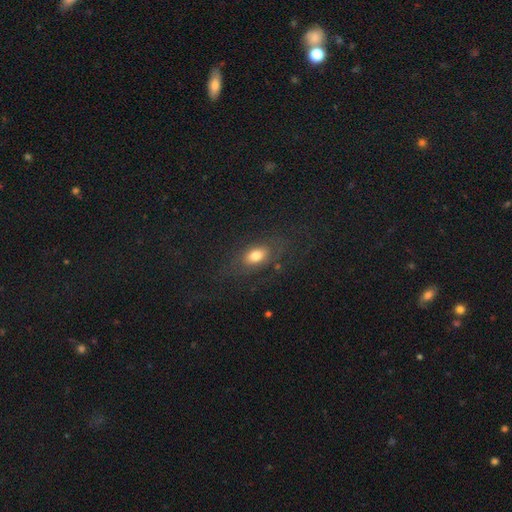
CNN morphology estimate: smooth-or-featured: smooth: 65% | featured or disk: 21% | star or artifact: 14%
  how-rounded: in between: 84% | round: 11% | cigar-shaped: 5%
  merging: none: 74% | minor disturbance: 15% | major disturbance: 10% | merger: 2%